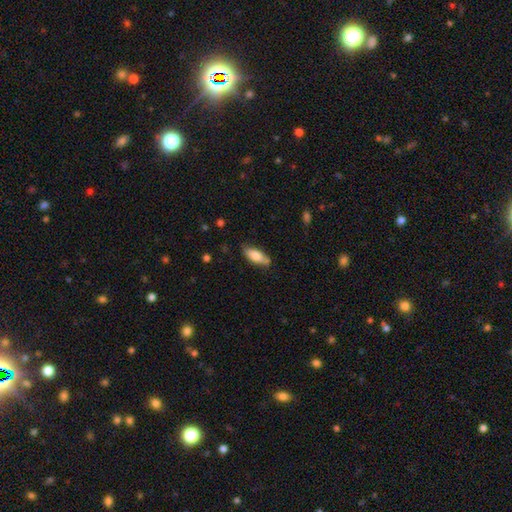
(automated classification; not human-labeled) A smooth galaxy with no disk features (73%) that is in between round and cigar-shaped (73%). Merging: none (73%).